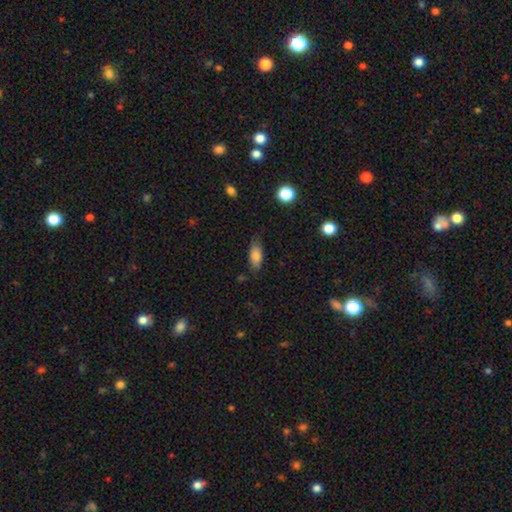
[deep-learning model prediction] smooth 81%, featured or disk 11%, star or artifact 8%. Down the decision tree: how rounded — in between (82%); merging — none (75%).